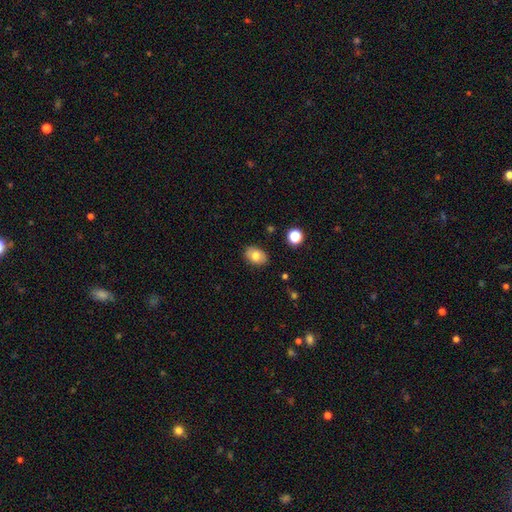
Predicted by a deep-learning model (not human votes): smooth 77%, featured or disk 14%, star or artifact 9%. Down the decision tree: how rounded — in between (80%); merging — none (86%).